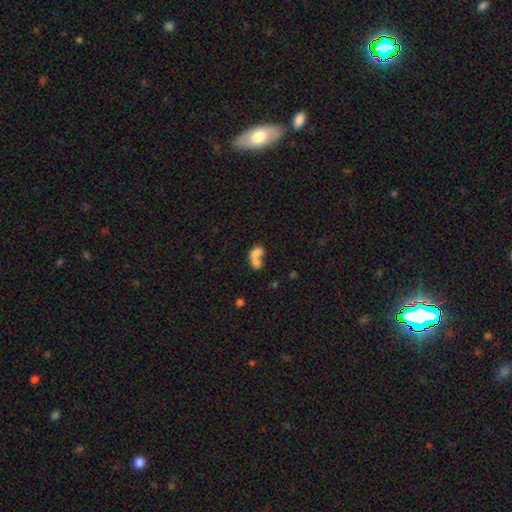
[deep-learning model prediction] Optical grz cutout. It shows a smooth galaxy with no disk features (72%) that is in between round and cigar-shaped (76%). Merging: merger (73%).